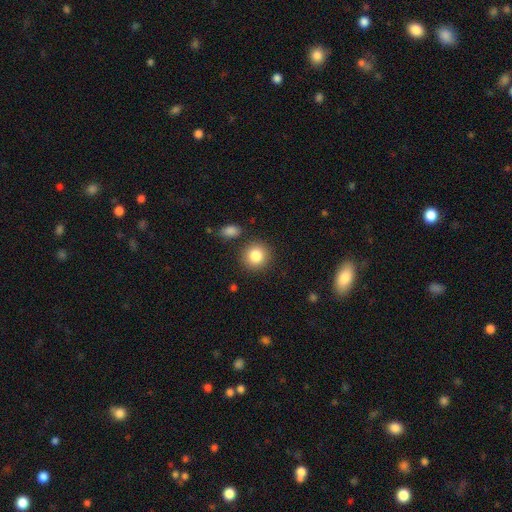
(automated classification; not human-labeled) Morphology: type=smooth (84%); roundness=round (90%); merging=none (85%).